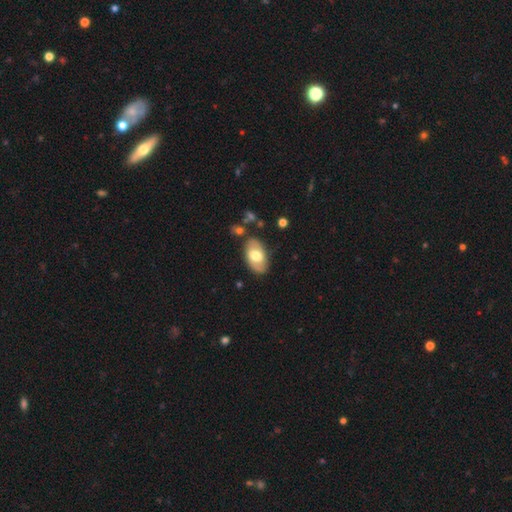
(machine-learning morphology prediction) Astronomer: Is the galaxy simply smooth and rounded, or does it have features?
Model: smooth — 60%.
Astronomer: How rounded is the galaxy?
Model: in between — 93%.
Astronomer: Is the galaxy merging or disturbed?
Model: none — 77%.